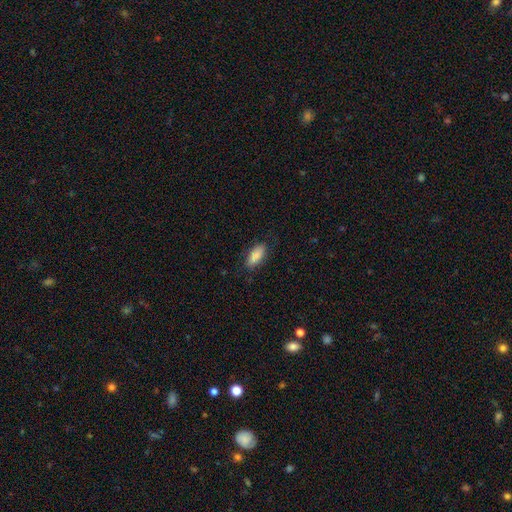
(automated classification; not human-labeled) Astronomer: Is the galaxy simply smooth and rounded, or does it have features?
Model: smooth — 88%.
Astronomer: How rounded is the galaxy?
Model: in between — 81%.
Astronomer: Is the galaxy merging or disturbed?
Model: none — 83%.